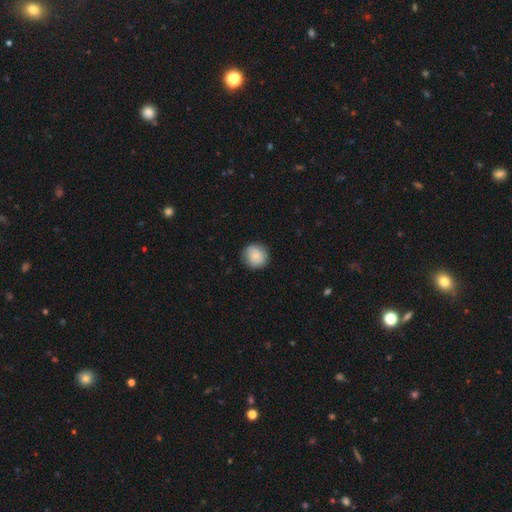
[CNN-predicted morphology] This is likely a smooth galaxy (78%). How rounded: clearly round (90%). Merging: clearly none (85%).